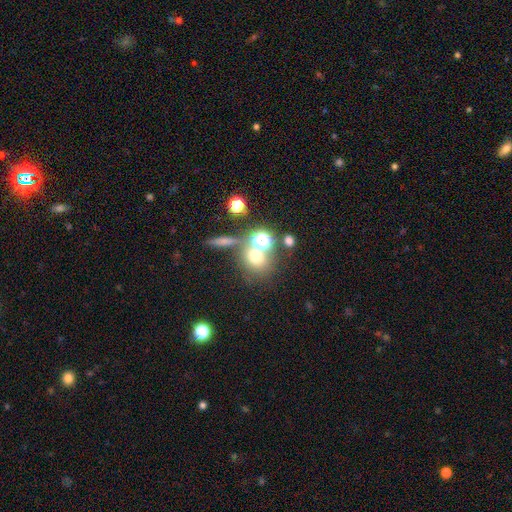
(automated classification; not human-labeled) A smooth galaxy with no disk features (62%) that is round (76%).

Vote fractions:
- Smooth or featured? smooth: 62% / star or artifact: 24% / featured or disk: 14%
- How rounded? round: 76% / in between: 21% / cigar-shaped: 2%
- Merging? none: 55% / merger: 29% / minor disturbance: 10% / major disturbance: 6%